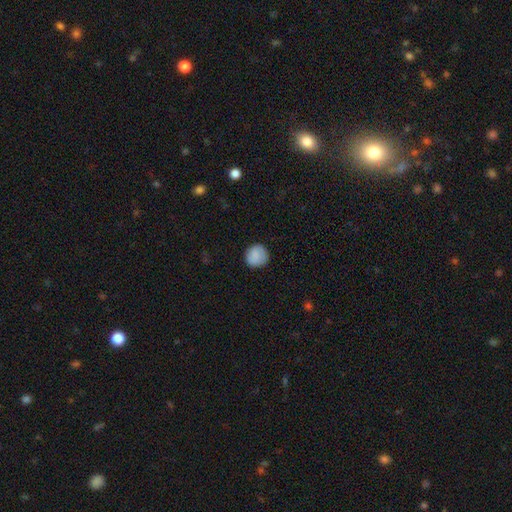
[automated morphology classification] The model was most divided on "smooth or featured": smooth: 84%, featured or disk: 9%, star or artifact: 7%. More confident: how rounded — round (92%); merging — none (87%).